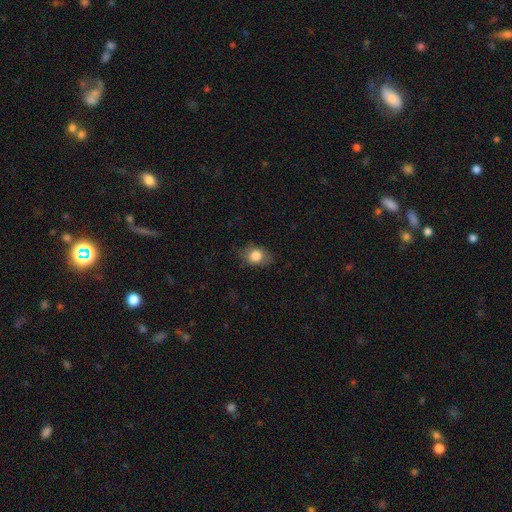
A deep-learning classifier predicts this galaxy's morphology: smooth_or_featured: smooth (p=0.82) [alt: featured or disk p=0.10]
how_rounded: in between (p=0.67) [alt: round p=0.31]
merging: none (p=0.76) [alt: minor disturbance p=0.18]